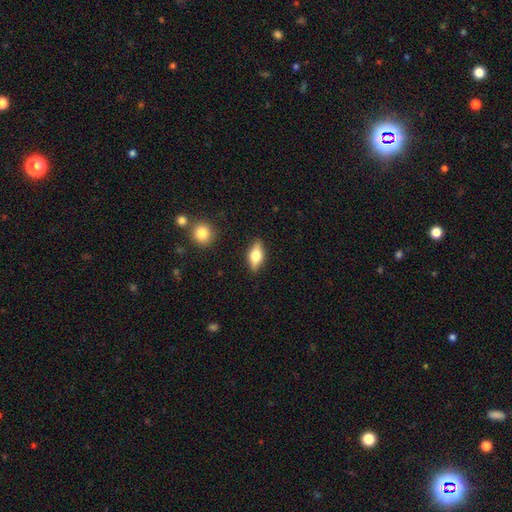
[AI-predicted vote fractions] Q: Smooth or featured?
A: smooth (53%); runner-up: featured or disk (40%)
Q: How rounded?
A: in between (75%); runner-up: cigar-shaped (19%)
Q: Merging?
A: none (87%); runner-up: minor disturbance (9%)